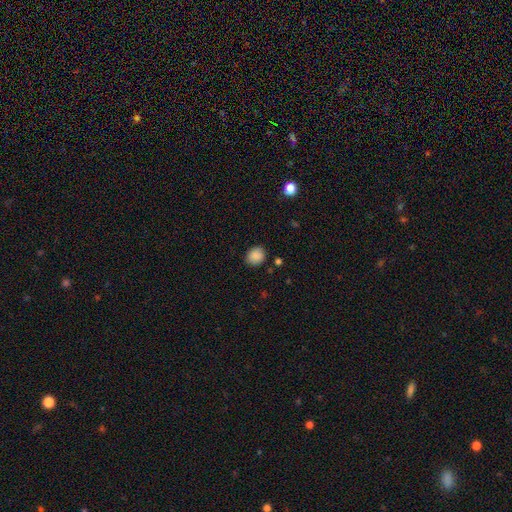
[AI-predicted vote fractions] A smooth galaxy with no disk features (88%) that is round (67%).

Vote fractions:
- Smooth or featured? smooth: 88% / star or artifact: 9% / featured or disk: 3%
- How rounded? round: 67% / in between: 32% / cigar-shaped: 1%
- Merging? none: 85% / minor disturbance: 11% / major disturbance: 3% / merger: 2%